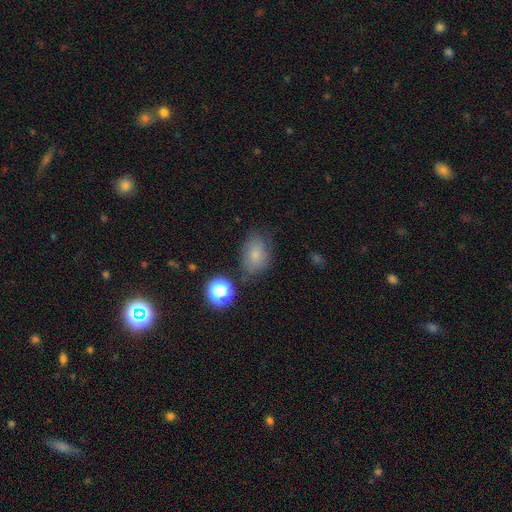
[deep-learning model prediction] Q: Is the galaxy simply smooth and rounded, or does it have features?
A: smooth — 74%.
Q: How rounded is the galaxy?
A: in between — 73%.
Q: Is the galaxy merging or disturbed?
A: none — 69%.